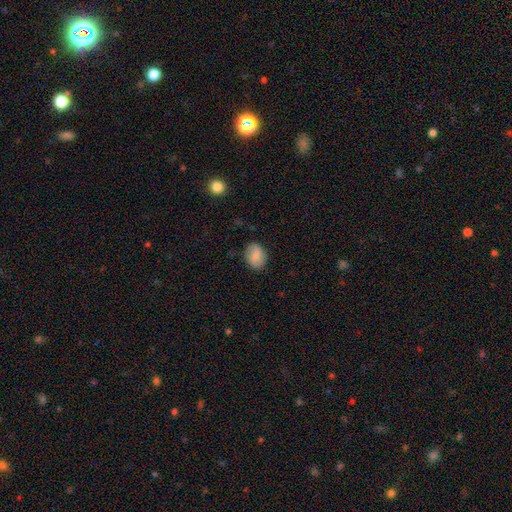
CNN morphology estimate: Smooth or featured? smooth (74%)
How rounded? in between (62%)
Merging? none (82%)